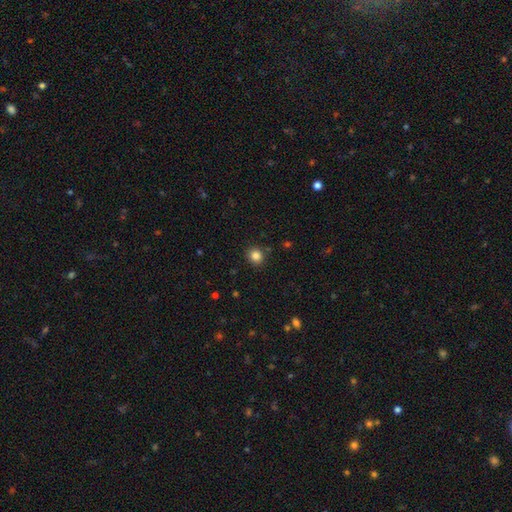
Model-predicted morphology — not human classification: This appears to be a smooth galaxy with no disk features (84%) that is round (88%). Merging: none (89%).